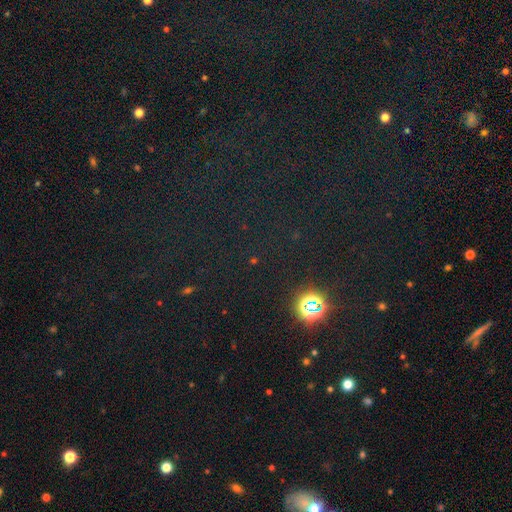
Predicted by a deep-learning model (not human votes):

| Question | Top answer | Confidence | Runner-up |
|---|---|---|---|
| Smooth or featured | star or artifact | 73% | smooth (20%) |